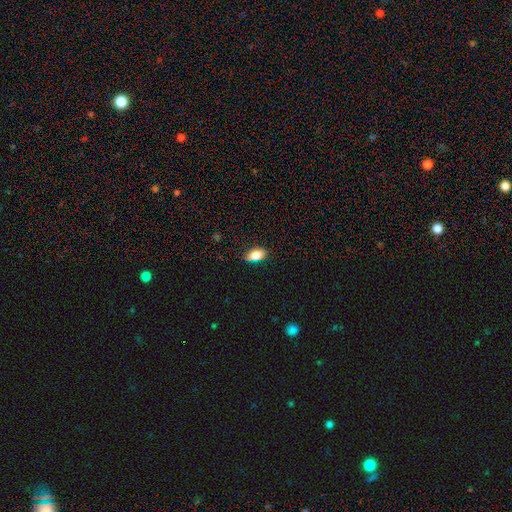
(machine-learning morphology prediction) Smooth or featured? smooth (80%)
How rounded? in between (86%)
Merging? none (73%)